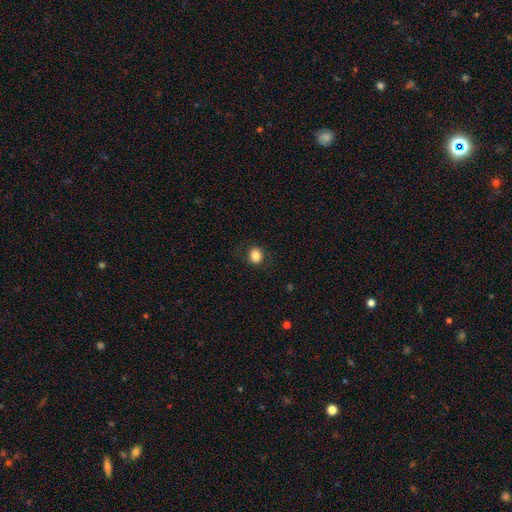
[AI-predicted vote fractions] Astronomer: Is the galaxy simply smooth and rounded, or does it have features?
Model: smooth — 84%.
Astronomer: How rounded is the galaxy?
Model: round — 79%.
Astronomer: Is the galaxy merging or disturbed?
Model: none — 87%.